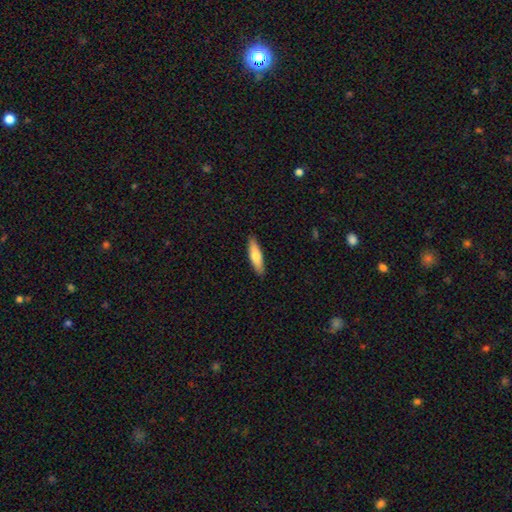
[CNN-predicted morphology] Smooth or featured? Predicted: smooth (p=0.71). How rounded? Predicted: cigar-shaped (p=0.66). Merging? Predicted: none (p=0.90).